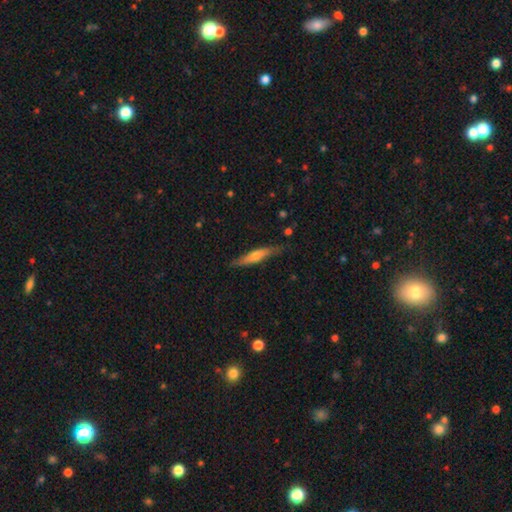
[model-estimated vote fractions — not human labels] Overall: smooth (51%; featured or disk 43%). How rounded: cigar-shaped (86%). Merging: none (79%).